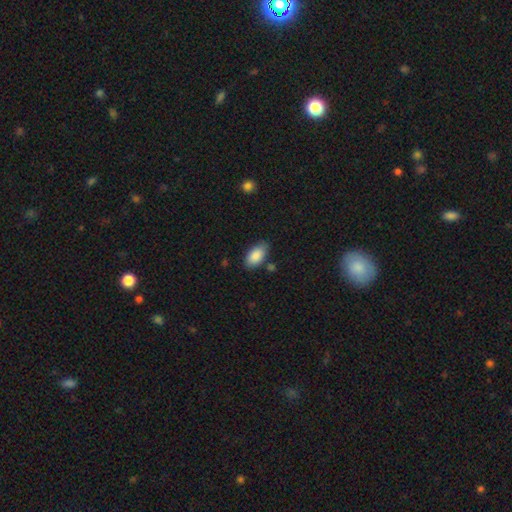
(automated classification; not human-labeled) Smooth or featured?
  - smooth: 88% *
  - star or artifact: 6%
  - featured or disk: 6%
How rounded?
  - in between: 94% *
  - round: 4%
  - cigar-shaped: 2%
Merging?
  - none: 76% *
  - minor disturbance: 17%
  - merger: 4%
  - major disturbance: 3%